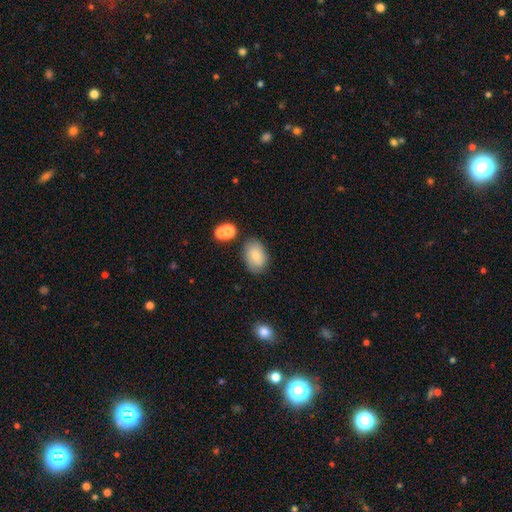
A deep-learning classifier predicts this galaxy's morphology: The model was most divided on "smooth or featured": smooth: 74%, featured or disk: 17%, star or artifact: 9%. More confident: how rounded — in between (81%); merging — none (75%).